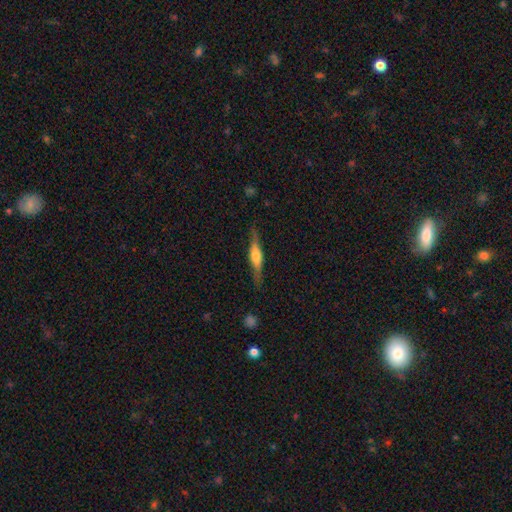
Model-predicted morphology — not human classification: Q: Smooth or featured?
A: featured or disk (64%); runner-up: smooth (30%)
Q: Edge-on disk?
A: yes (95%); runner-up: no (5%)
Q: Edge-on bulge?
A: rounded (85%); runner-up: boxy (11%)
Q: Merging?
A: none (84%); runner-up: minor disturbance (12%)